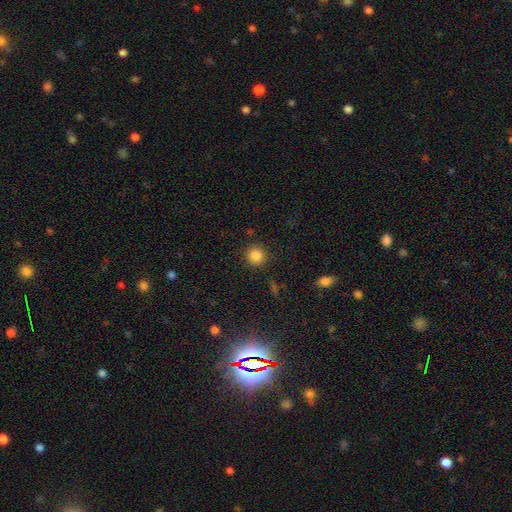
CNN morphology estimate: Overall: smooth (85%). How rounded: round (92%). Merging: none (89%).